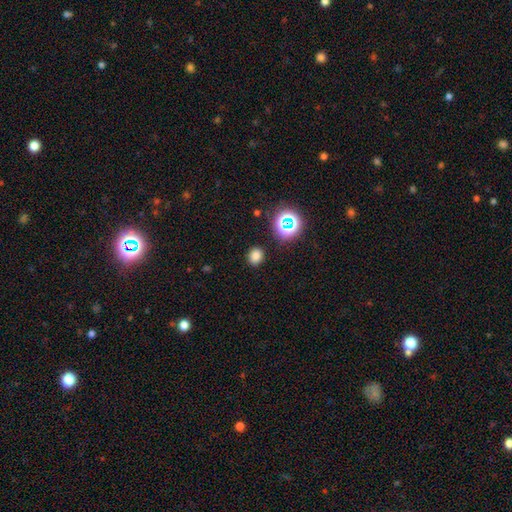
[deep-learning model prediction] The model was most divided on "how rounded": round: 65%, in between: 34%, cigar-shaped: 1%. More confident: merging — none (87%); smooth or featured — smooth (77%).